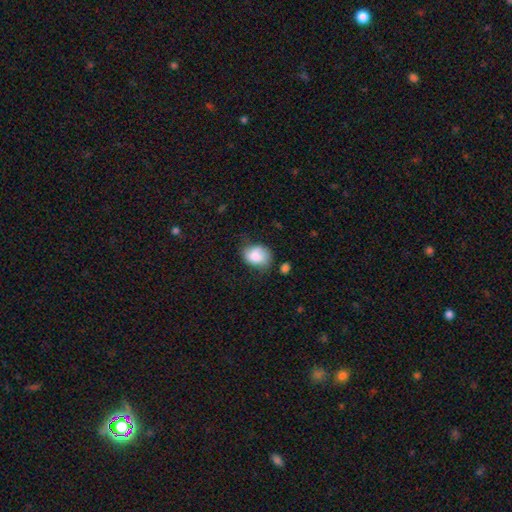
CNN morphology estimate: Smooth or featured?
  - smooth: 83% *
  - featured or disk: 10%
  - star or artifact: 8%
How rounded?
  - in between: 58% *
  - round: 41%
  - cigar-shaped: 1%
Merging?
  - none: 53% *
  - minor disturbance: 32%
  - major disturbance: 11%
  - merger: 4%